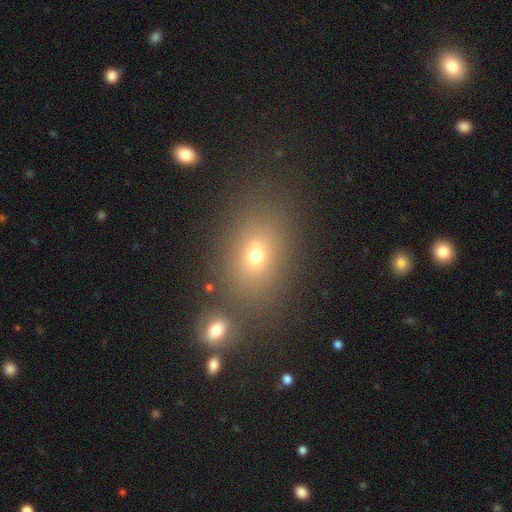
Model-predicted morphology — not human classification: smooth-or-featured: smooth: 67% | star or artifact: 19% | featured or disk: 14%
  how-rounded: in between: 66% | round: 32% | cigar-shaped: 2%
  merging: none: 74% | minor disturbance: 11% | merger: 9% | major disturbance: 5%